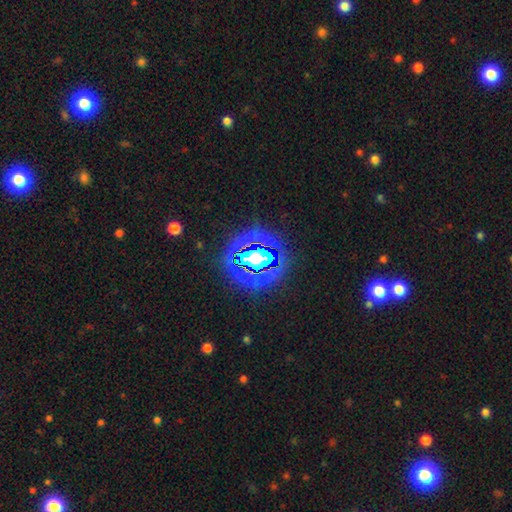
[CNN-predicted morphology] smooth-or-featured: star or artifact: 73% | smooth: 16% | featured or disk: 11%